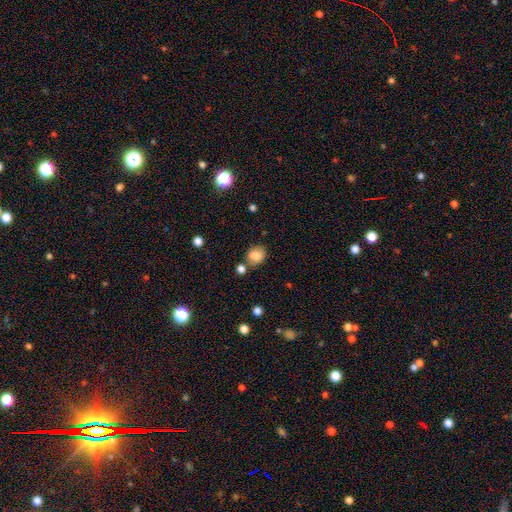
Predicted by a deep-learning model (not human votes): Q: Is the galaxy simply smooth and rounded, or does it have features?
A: smooth — 83%.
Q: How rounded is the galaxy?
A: round — 55%.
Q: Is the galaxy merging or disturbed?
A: none — 70%.